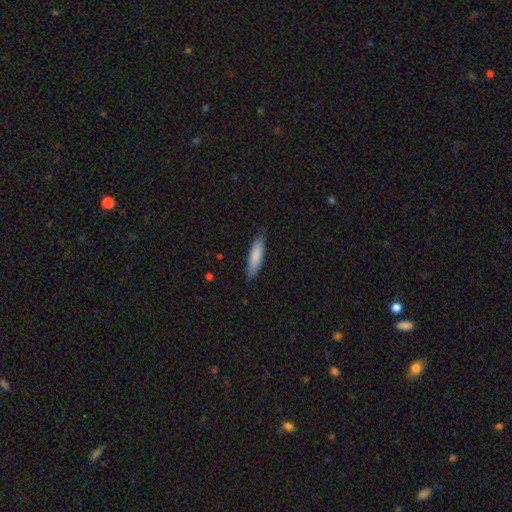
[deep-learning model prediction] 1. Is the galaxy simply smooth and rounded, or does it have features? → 83% smooth, 12% featured or disk, 5% star or artifact.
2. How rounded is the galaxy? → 71% cigar-shaped, 28% in between, 1% round.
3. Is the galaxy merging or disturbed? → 83% none, 14% minor disturbance, 2% major disturbance, 1% merger.